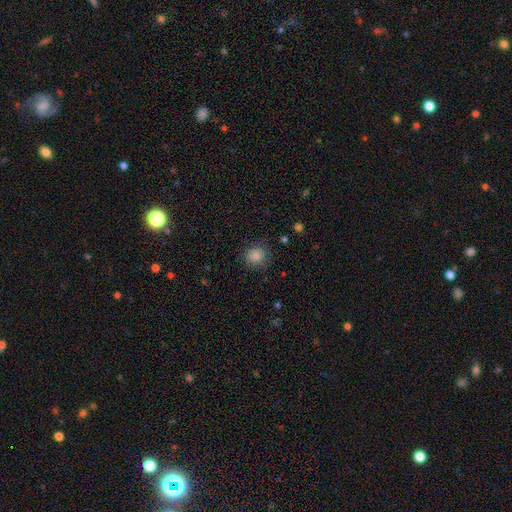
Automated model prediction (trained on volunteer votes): smooth_or_featured: smooth (p=0.86) [alt: star or artifact p=0.10]
how_rounded: round (p=0.86) [alt: in between p=0.13]
merging: none (p=0.84) [alt: minor disturbance p=0.11]